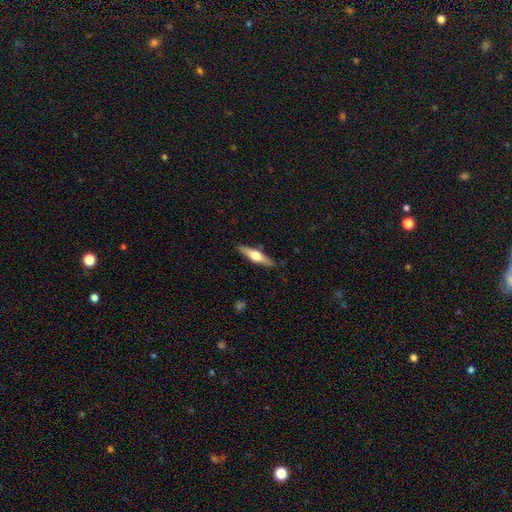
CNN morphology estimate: Smooth or featured? Predicted: featured or disk (p=0.59). Edge-on disk? Predicted: yes (p=0.95). Edge-on bulge? Predicted: rounded (p=0.94). Merging? Predicted: none (p=0.88).